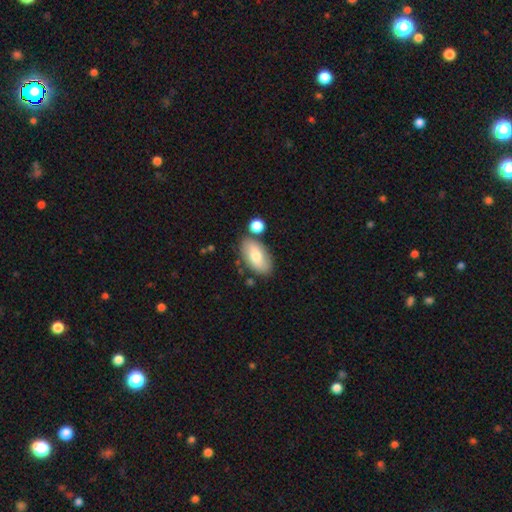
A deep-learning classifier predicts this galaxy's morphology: A smooth galaxy with no disk features (72%) that is in between round and cigar-shaped (92%). Merging: none (75%).